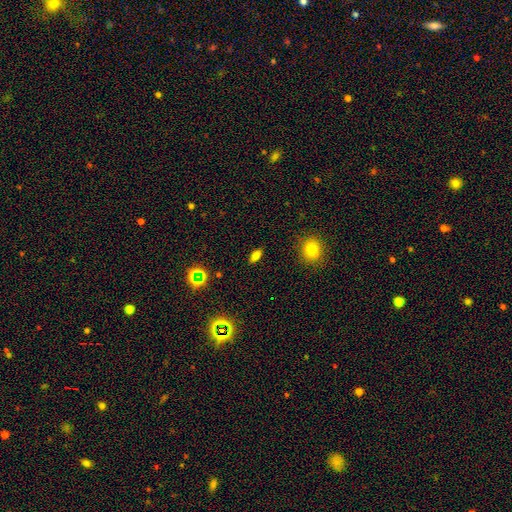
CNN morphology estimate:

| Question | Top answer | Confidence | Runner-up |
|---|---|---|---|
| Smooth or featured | smooth | 71% | star or artifact (16%) |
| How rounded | in between | 79% | cigar-shaped (15%) |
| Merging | none | 87% | minor disturbance (8%) |